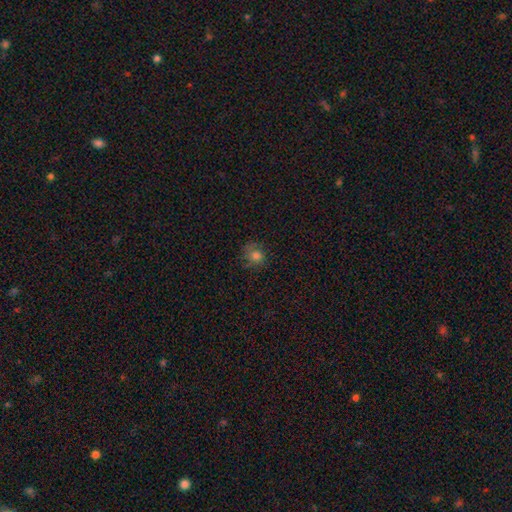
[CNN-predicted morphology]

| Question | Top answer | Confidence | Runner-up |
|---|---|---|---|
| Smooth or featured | smooth | 68% | featured or disk (17%) |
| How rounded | round | 78% | in between (21%) |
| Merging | none | 68% | minor disturbance (20%) |